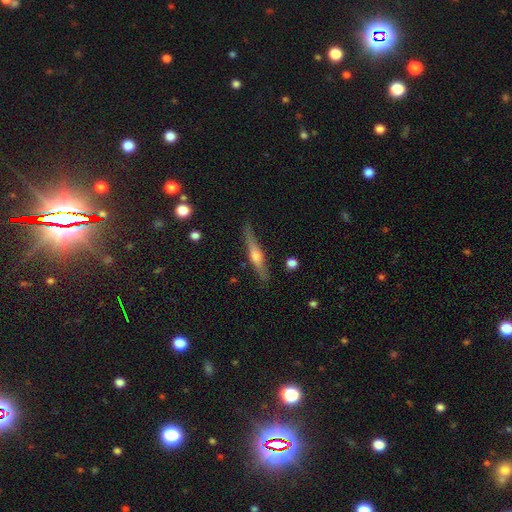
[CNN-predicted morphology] featured or disk 71%, smooth 23%, star or artifact 6%. Down the decision tree: edge-on disk — yes (97%); edge-on bulge — rounded (86%); merging — none (86%).